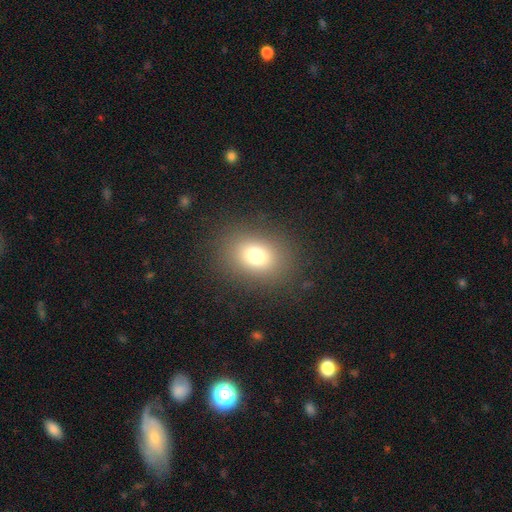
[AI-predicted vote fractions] Morphology: type=smooth (76%); roundness=in between (57%); merging=none (85%).